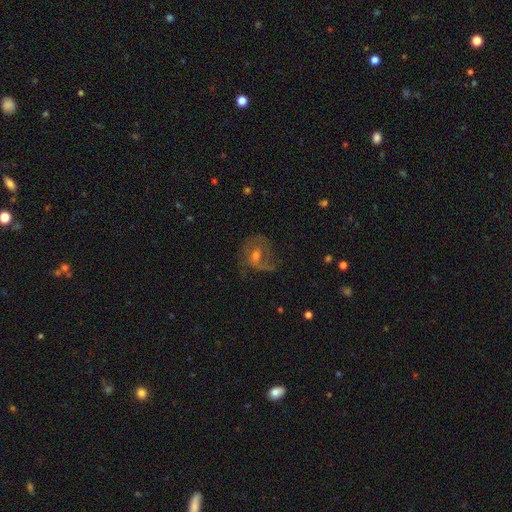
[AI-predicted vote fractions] A featured or disk galaxy (67%) with no bar (48%), 2 (38%) medium (43%) spiral arms (80%) and a moderate central bulge (50%).

Vote fractions:
- Smooth or featured? featured or disk: 67% / smooth: 20% / star or artifact: 13%
- Edge-on disk? no: 96% / yes: 4%
- Bar? no: 48% / weak: 42% / strong: 10%
- Spiral arms? yes: 80% / no: 20%
- Spiral winding? medium: 43% / loose: 32% / tight: 25%
- Spiral arm count? 2: 38% / 1: 32% / can't tell: 21% / 3: 5% / 4: 2% / more than 4: 2%
- Bulge size? moderate: 50% / small: 41% / none: 4% / large: 3% / dominant: 1%
- Merging? none: 52% / major disturbance: 26% / minor disturbance: 20% / merger: 2%